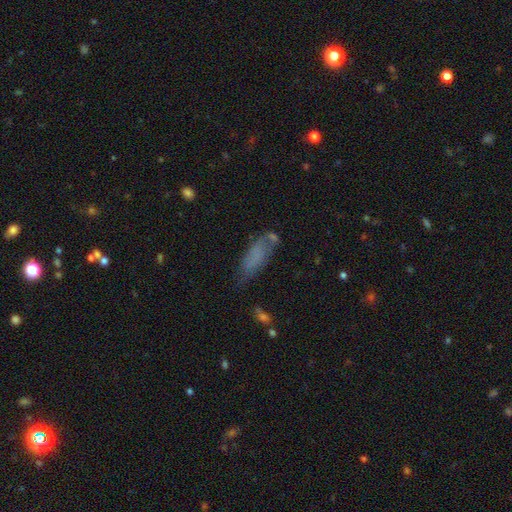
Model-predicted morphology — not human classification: Smooth or featured? smooth (65%)
How rounded? in between (58%)
Merging? none (53%)